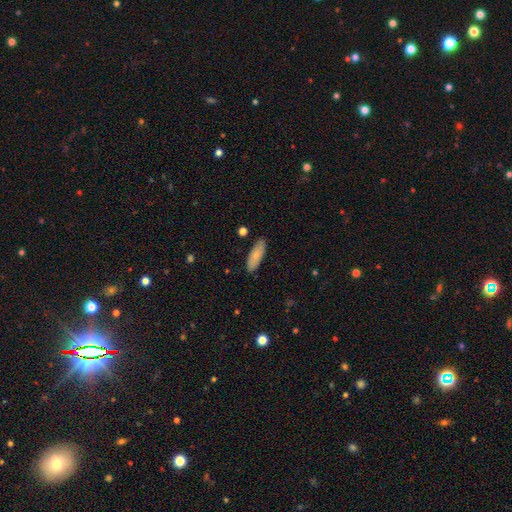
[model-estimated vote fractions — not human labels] smooth 81%, featured or disk 13%, star or artifact 6%. Down the decision tree: how rounded — in between (58%); merging — none (87%).